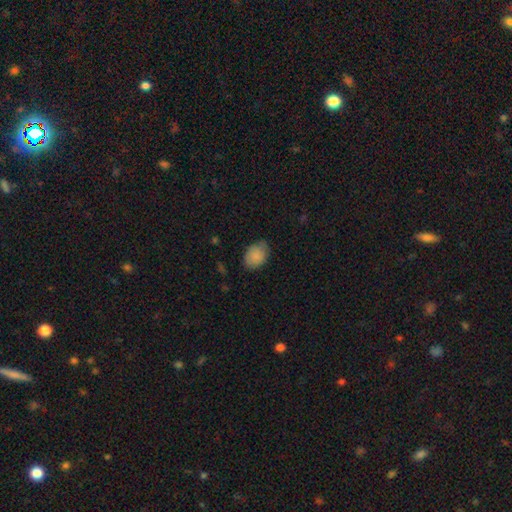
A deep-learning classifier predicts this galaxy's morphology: This appears to be a smooth galaxy with no disk features (86%) that is in between round and cigar-shaped (72%). Merging: none (73%).